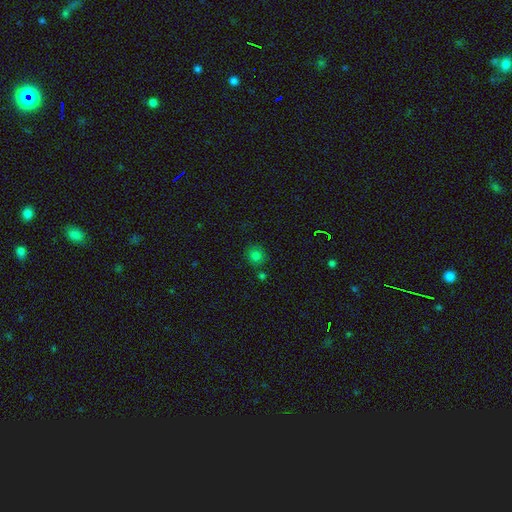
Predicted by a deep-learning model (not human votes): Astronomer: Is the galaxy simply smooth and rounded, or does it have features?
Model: smooth — 78%.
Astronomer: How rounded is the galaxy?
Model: round — 86%.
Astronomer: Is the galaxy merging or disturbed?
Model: none — 78%.